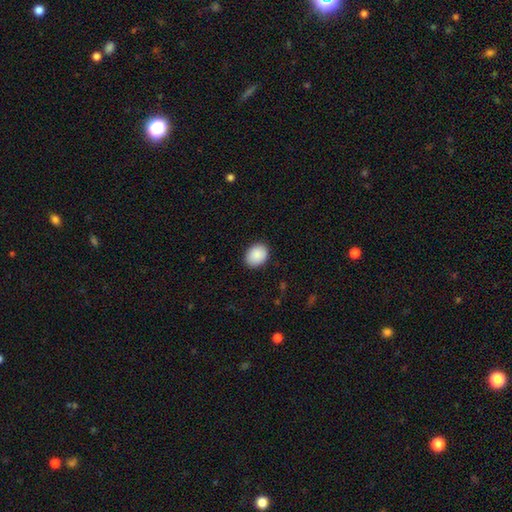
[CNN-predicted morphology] type=smooth (90%); roundness=in between (62%); merging=none (88%).